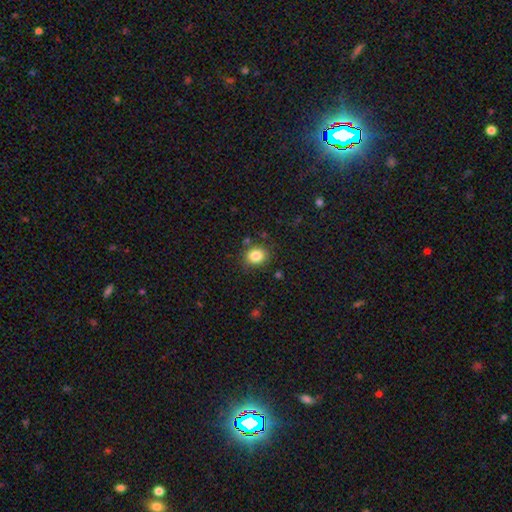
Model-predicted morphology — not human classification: Smooth or featured? smooth (84%)
How rounded? round (65%)
Merging? none (83%)